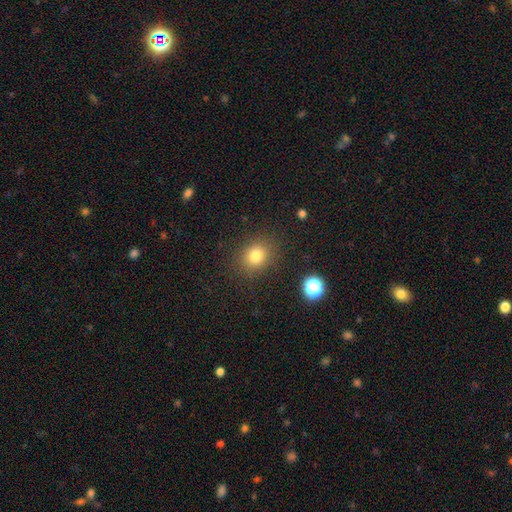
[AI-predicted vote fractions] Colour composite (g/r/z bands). It shows a smooth galaxy with no disk features (79%) that is round (68%). Merging: none (86%).